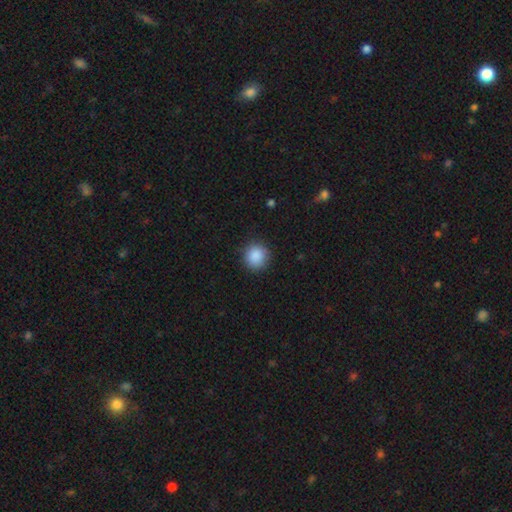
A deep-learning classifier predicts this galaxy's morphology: Smooth or featured: smooth — 89% (star or artifact — 8%)
How rounded: round — 93% (in between — 6%)
Merging: none — 89% (minor disturbance — 8%)